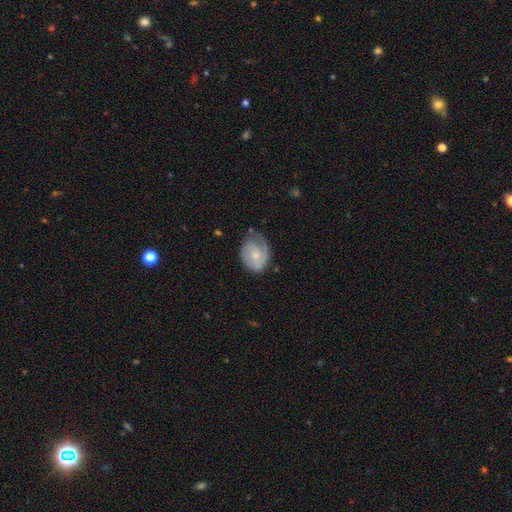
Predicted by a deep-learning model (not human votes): This is possibly a featured or disk galaxy (55%). It is clearly not viewed edge-on (97%). Bar: likely no (69%). Spiral arm pattern: clearly yes (81%). Central bulge: possibly small (53%). Merging: possibly none (45%).